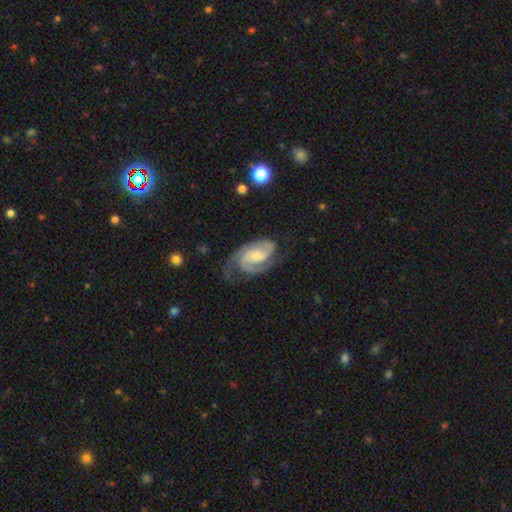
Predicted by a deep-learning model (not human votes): This is clearly a featured or disk galaxy (88%). It is clearly not viewed edge-on (97%). Bar: possibly no (54%). Spiral arm pattern: clearly yes (97%). Spiral arm count: likely 2 (79%). Spiral winding: possibly medium (45%). Central bulge: likely small (60%). Merging: likely none (61%).